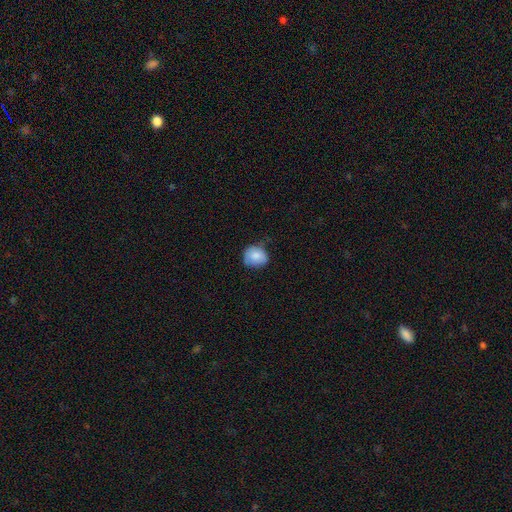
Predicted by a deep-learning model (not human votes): A smooth galaxy with no disk features (80%) that is round (77%). Merging: none (59%).